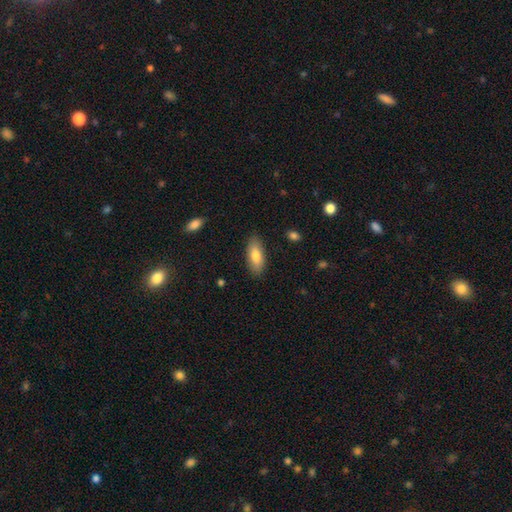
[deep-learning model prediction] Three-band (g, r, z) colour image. It shows a smooth galaxy with no disk features (78%) that is in between round and cigar-shaped (78%). Merging: none (87%).